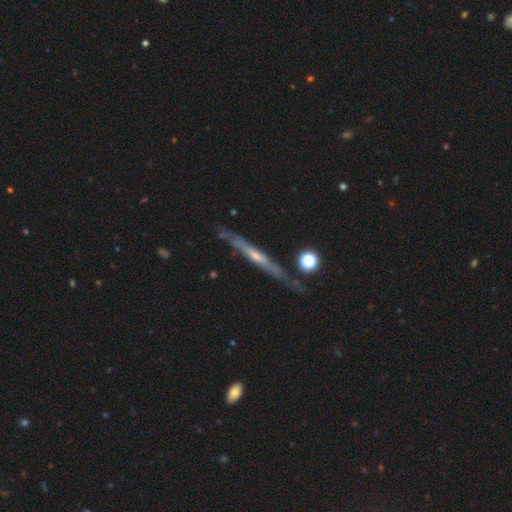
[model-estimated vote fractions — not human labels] Q: Smooth or featured?
A: featured or disk (72%); runner-up: smooth (22%)
Q: Edge-on disk?
A: yes (91%); runner-up: no (9%)
Q: Edge-on bulge?
A: none (52%); runner-up: rounded (40%)
Q: Merging?
A: none (74%); runner-up: minor disturbance (18%)